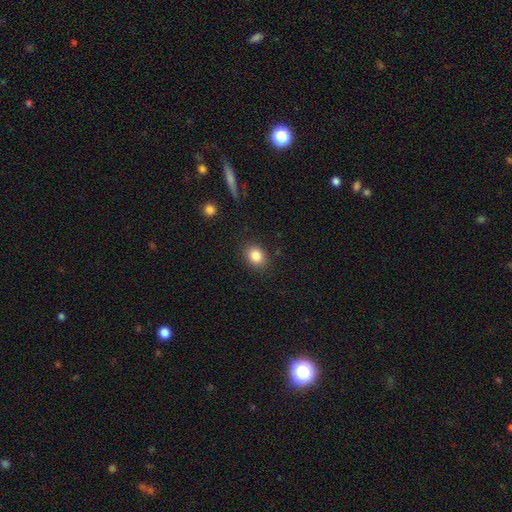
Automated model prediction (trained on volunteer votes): smooth-or-featured: smooth: 85% | star or artifact: 9% | featured or disk: 6%
  how-rounded: in between: 51% | round: 48% | cigar-shaped: 1%
  merging: none: 86% | minor disturbance: 10% | major disturbance: 3% | merger: 1%